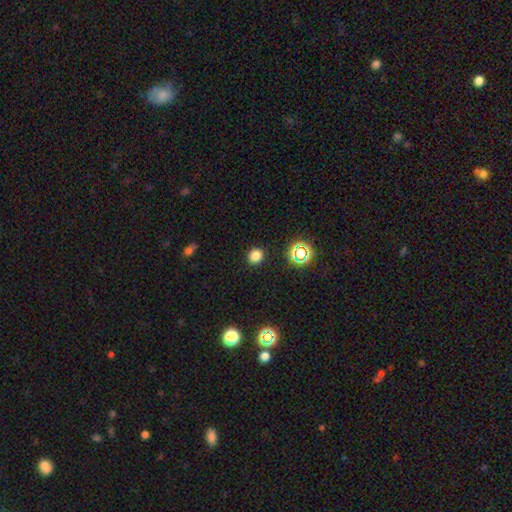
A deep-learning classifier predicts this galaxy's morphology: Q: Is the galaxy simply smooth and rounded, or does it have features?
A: smooth — 79%.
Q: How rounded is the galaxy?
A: round — 78%.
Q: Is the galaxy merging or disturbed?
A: none — 90%.